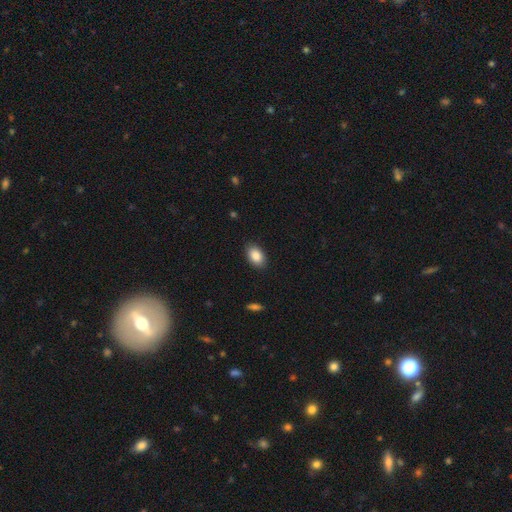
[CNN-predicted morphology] Overall: smooth (88%). How rounded: in between (90%). Merging: none (88%).